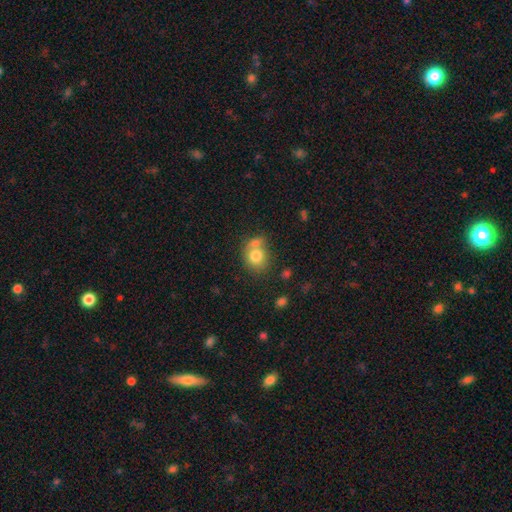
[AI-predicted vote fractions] This appears to be a smooth galaxy with no disk features (78%) that is round (67%). Merging: none (42%).